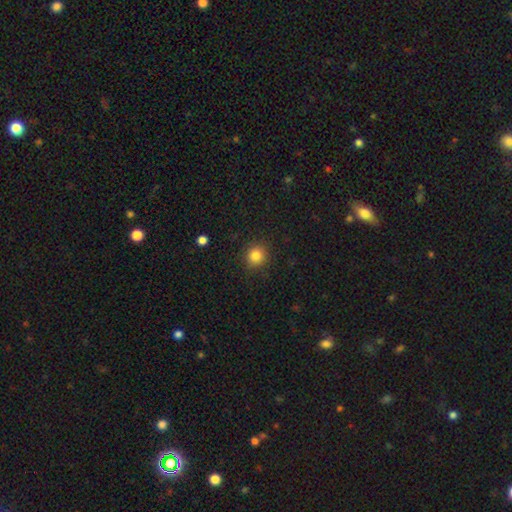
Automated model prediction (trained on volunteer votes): smooth 83%, star or artifact 11%, featured or disk 5%. Down the decision tree: how rounded — round (89%); merging — none (89%).